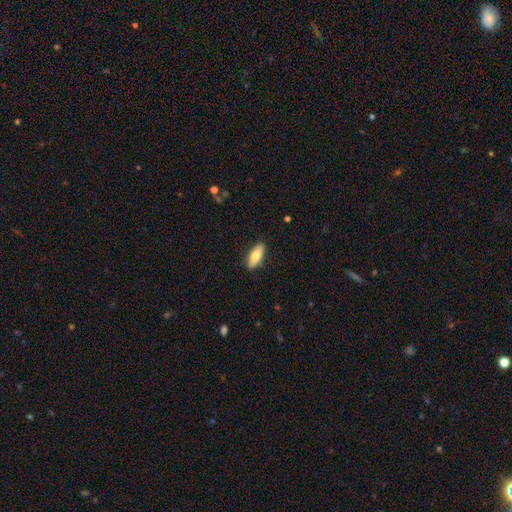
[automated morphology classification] smooth_or_featured: smooth (p=0.74) [alt: featured or disk p=0.20]
how_rounded: in between (p=0.64) [alt: cigar-shaped p=0.33]
merging: none (p=0.88) [alt: minor disturbance p=0.09]